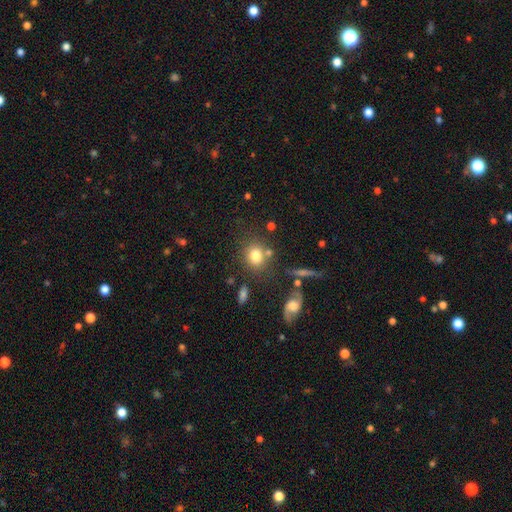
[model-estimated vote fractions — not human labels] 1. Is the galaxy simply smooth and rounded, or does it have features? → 78% smooth, 11% featured or disk, 10% star or artifact.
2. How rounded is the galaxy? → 70% round, 29% in between, 2% cigar-shaped.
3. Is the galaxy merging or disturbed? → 70% none, 12% minor disturbance, 12% merger, 5% major disturbance.